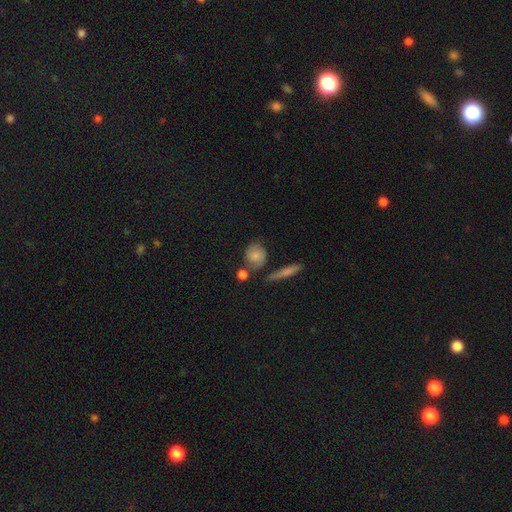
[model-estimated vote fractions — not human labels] A smooth galaxy with no disk features (61%) that is round (67%). Merging: none (62%).